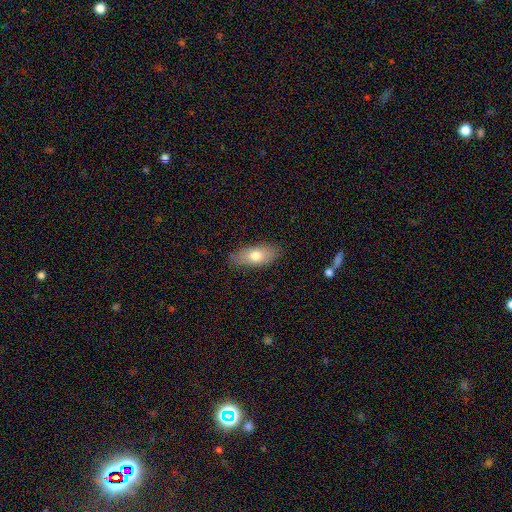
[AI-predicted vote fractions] This appears to be a smooth galaxy with no disk features (72%) that is in between round and cigar-shaped (80%). Merging: none (82%).